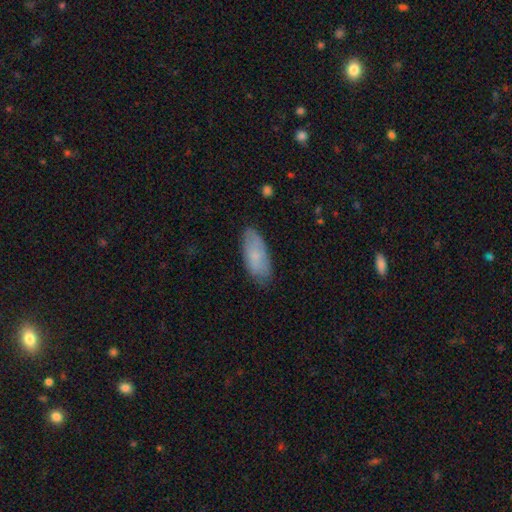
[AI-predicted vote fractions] Q: Smooth or featured?
A: smooth (74%); runner-up: featured or disk (20%)
Q: How rounded?
A: in between (83%); runner-up: cigar-shaped (15%)
Q: Merging?
A: none (78%); runner-up: minor disturbance (18%)